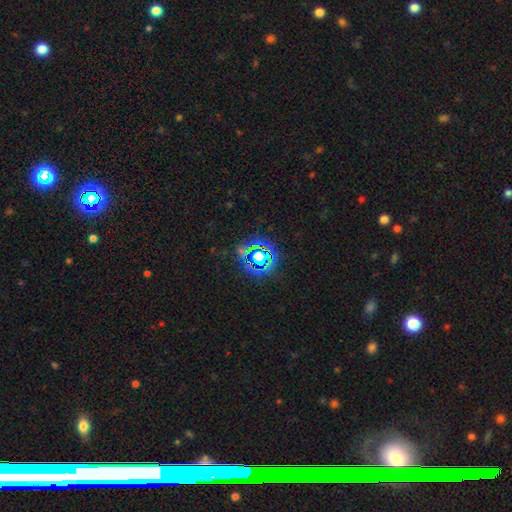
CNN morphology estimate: Smooth or featured?
  - star or artifact: 71% *
  - smooth: 17%
  - featured or disk: 12%